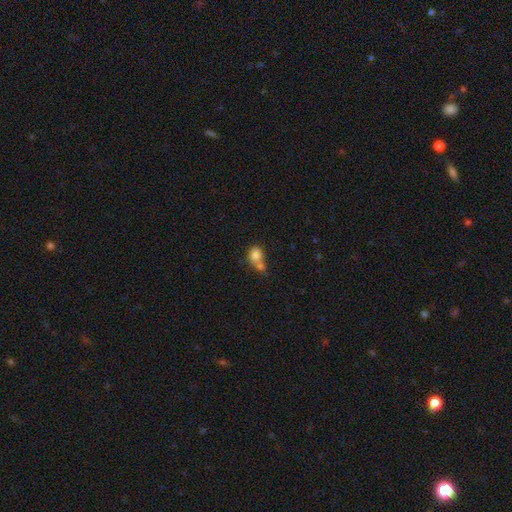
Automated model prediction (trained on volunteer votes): Morphology: type=smooth (79%); roundness=round (59%); merging=merger (53%).